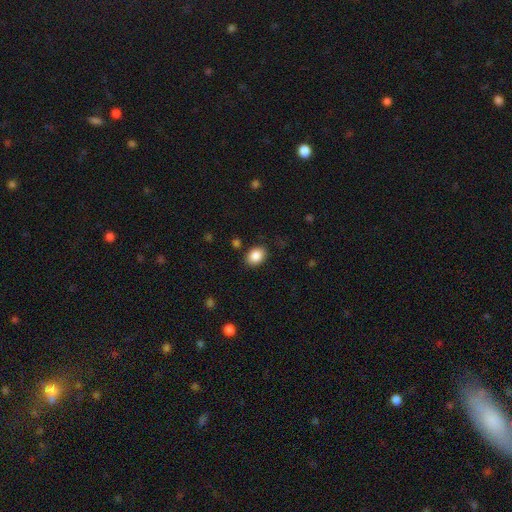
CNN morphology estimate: Smooth or featured? smooth (87%)
How rounded? in between (72%)
Merging? none (85%)